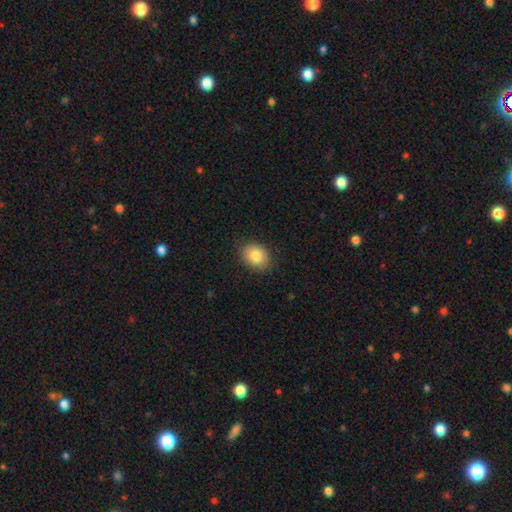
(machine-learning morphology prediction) Overall: smooth (84%). How rounded: in between (56%; round 43%). Merging: none (86%).